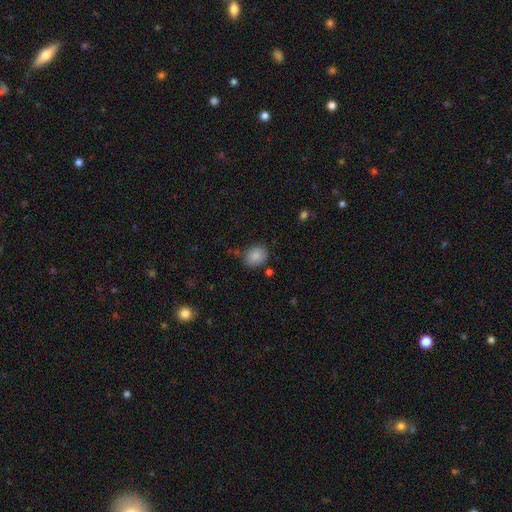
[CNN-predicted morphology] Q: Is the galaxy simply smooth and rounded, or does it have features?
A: smooth — 86%.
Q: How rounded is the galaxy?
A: in between — 50%.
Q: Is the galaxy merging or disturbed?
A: none — 78%.